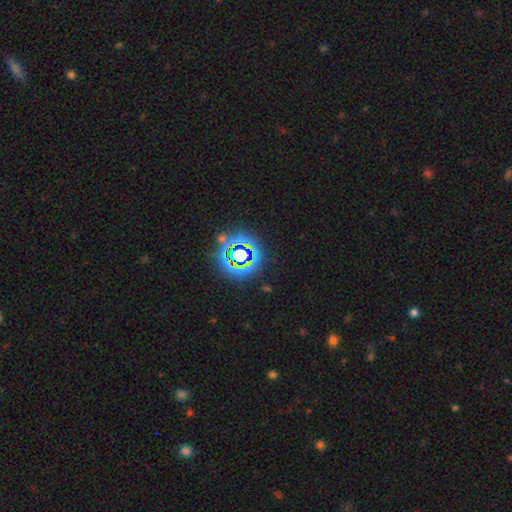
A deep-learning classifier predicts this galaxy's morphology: Smooth or featured? star or artifact (78%)